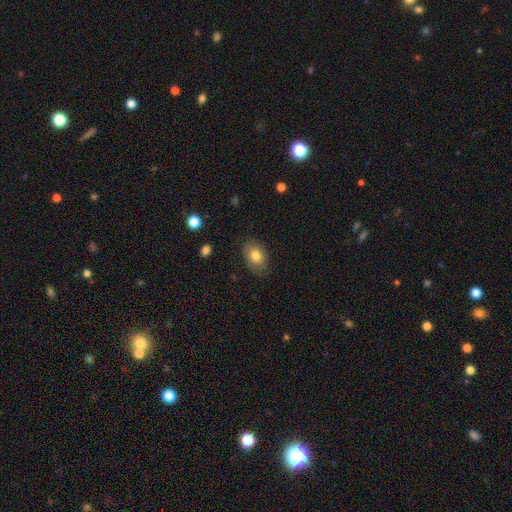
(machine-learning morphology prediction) smooth_or_featured: smooth (p=0.76) [alt: featured or disk p=0.16]
how_rounded: in between (p=0.82) [alt: round p=0.16]
merging: none (p=0.77) [alt: minor disturbance p=0.17]